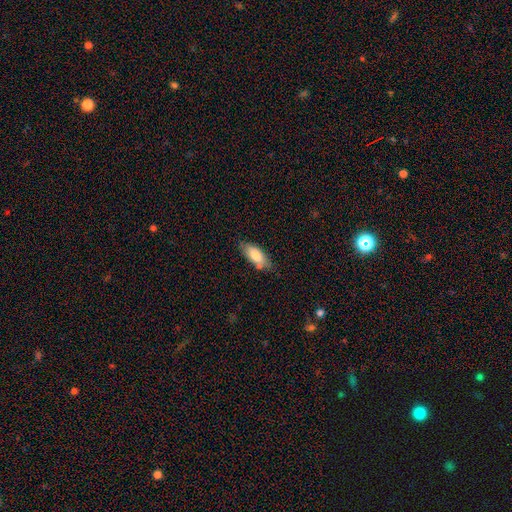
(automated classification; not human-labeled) Q: Smooth or featured?
A: smooth (83%); runner-up: featured or disk (11%)
Q: How rounded?
A: in between (80%); runner-up: cigar-shaped (18%)
Q: Merging?
A: none (70%); runner-up: minor disturbance (21%)